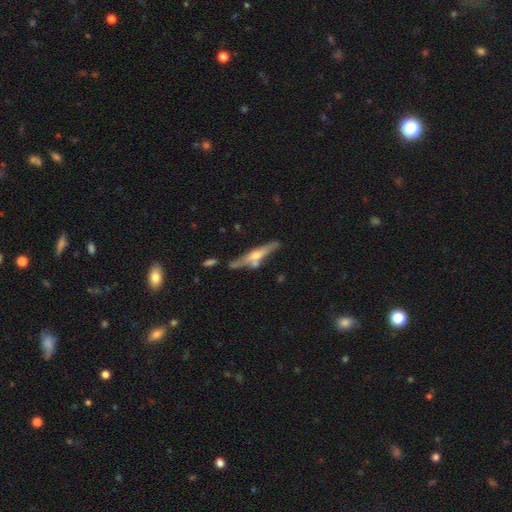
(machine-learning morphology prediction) Q: Smooth or featured?
A: featured or disk (66%); runner-up: smooth (28%)
Q: Edge-on disk?
A: yes (93%); runner-up: no (7%)
Q: Edge-on bulge?
A: rounded (85%); runner-up: none (9%)
Q: Merging?
A: none (64%); runner-up: minor disturbance (17%)